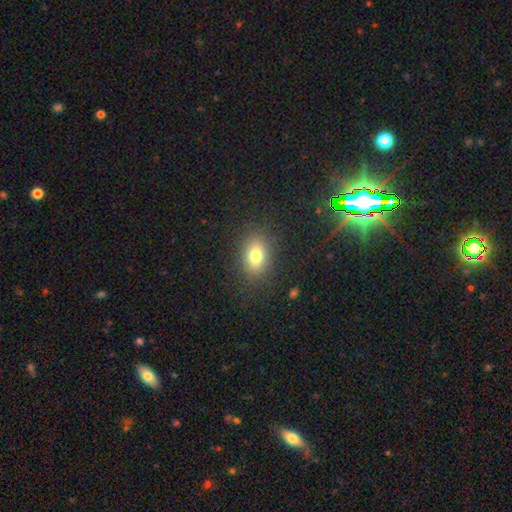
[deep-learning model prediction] Smooth or featured: smooth — 76% (star or artifact — 12%)
How rounded: in between — 74% (round — 24%)
Merging: none — 86% (minor disturbance — 9%)